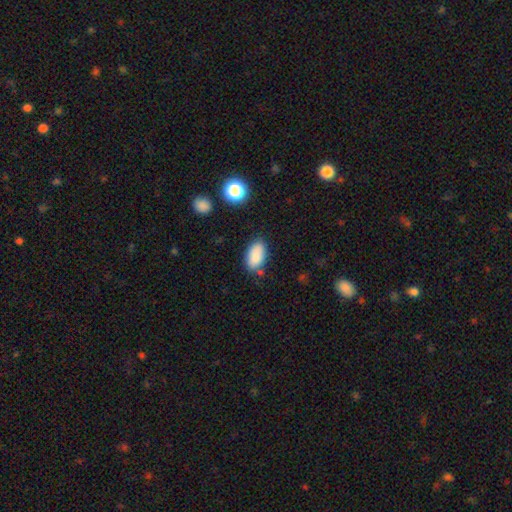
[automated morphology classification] smooth 87%, star or artifact 8%, featured or disk 5%. Down the decision tree: how rounded — in between (93%); merging — none (70%).